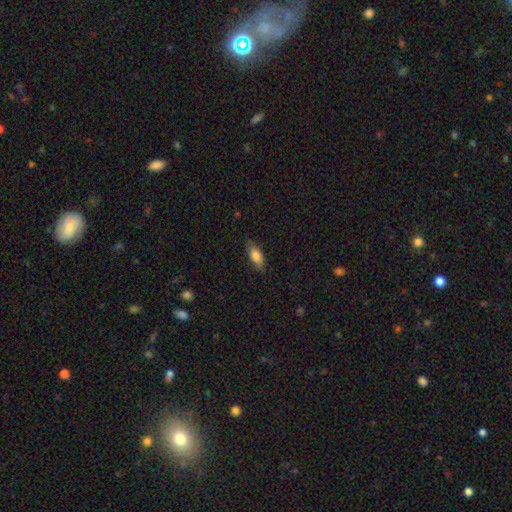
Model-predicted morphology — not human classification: A smooth galaxy with no disk features (81%) that is in between round and cigar-shaped (78%).

Vote fractions:
- Smooth or featured? smooth: 81% / featured or disk: 12% / star or artifact: 7%
- How rounded? in between: 78% / cigar-shaped: 19% / round: 3%
- Merging? none: 82% / minor disturbance: 14% / major disturbance: 3% / merger: 1%